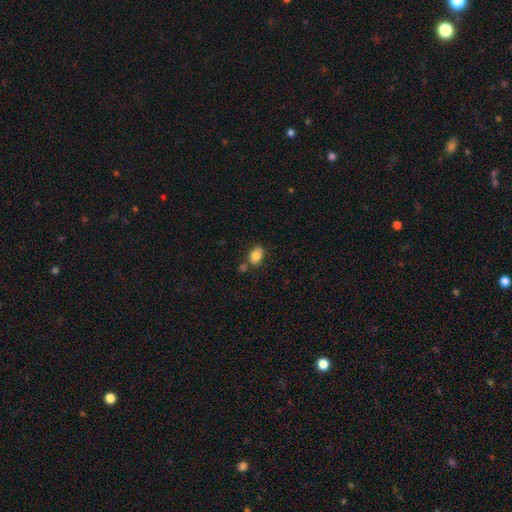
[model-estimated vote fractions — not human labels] Overall: smooth (83%). How rounded: in between (78%). Merging: none (68%).